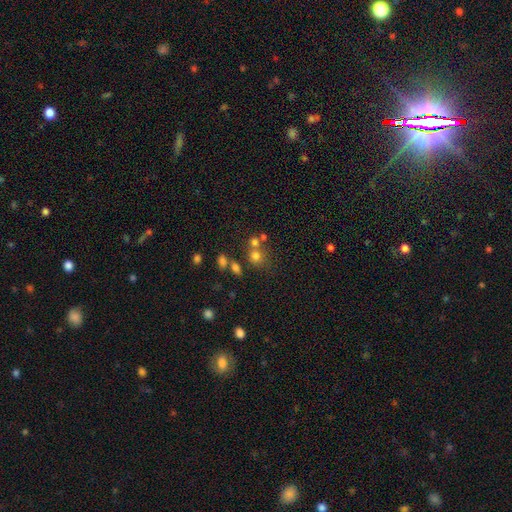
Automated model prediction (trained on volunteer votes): Smooth or featured? smooth (70%)
How rounded? round (79%)
Merging? none (50%)